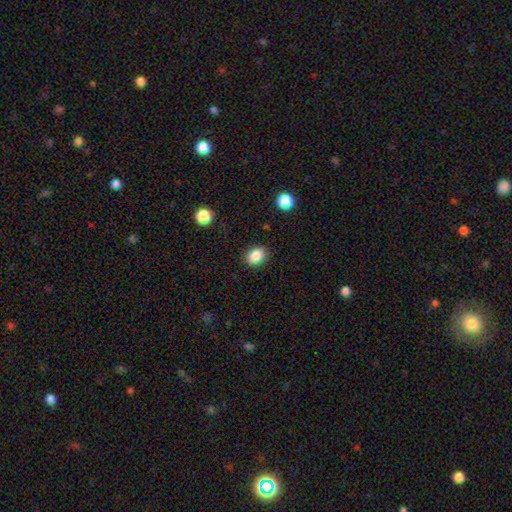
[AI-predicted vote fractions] Smooth or featured? smooth (86%)
How rounded? in between (58%)
Merging? none (88%)